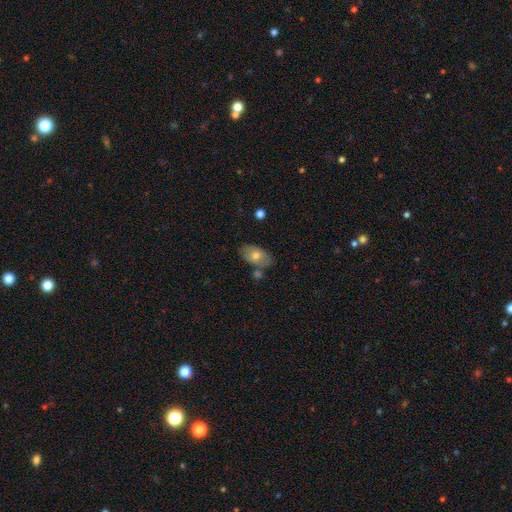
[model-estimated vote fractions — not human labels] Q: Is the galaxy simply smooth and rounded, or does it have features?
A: smooth — 69%.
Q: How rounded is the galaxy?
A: in between — 90%.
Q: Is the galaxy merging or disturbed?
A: none — 69%.